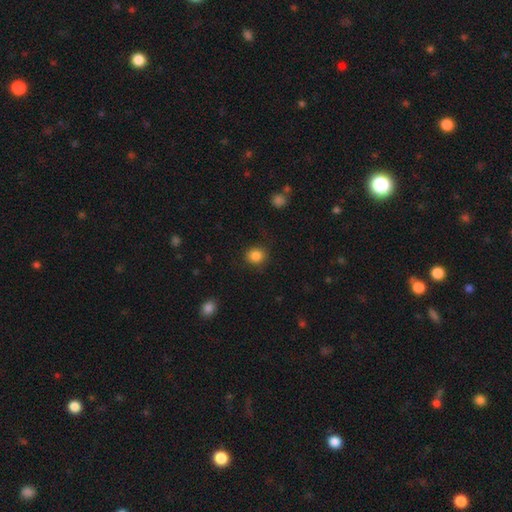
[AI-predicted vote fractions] A smooth galaxy with no disk features (85%) that is round (83%).

Vote fractions:
- Smooth or featured? smooth: 85% / star or artifact: 10% / featured or disk: 5%
- How rounded? round: 83% / in between: 16% / cigar-shaped: 1%
- Merging? none: 85% / minor disturbance: 10% / major disturbance: 3% / merger: 1%